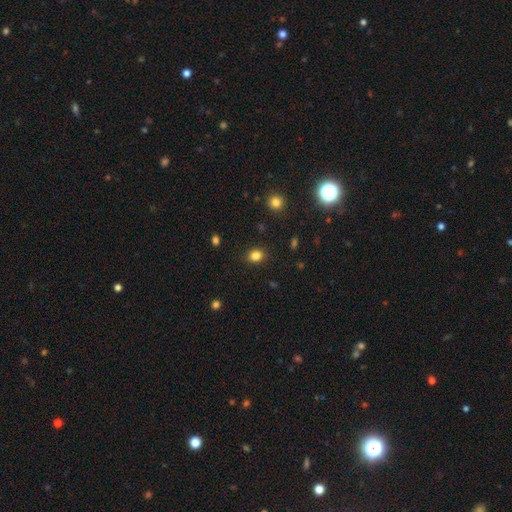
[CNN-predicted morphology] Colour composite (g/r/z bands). It shows a smooth galaxy with no disk features (83%) that is round (66%). Merging: none (89%).